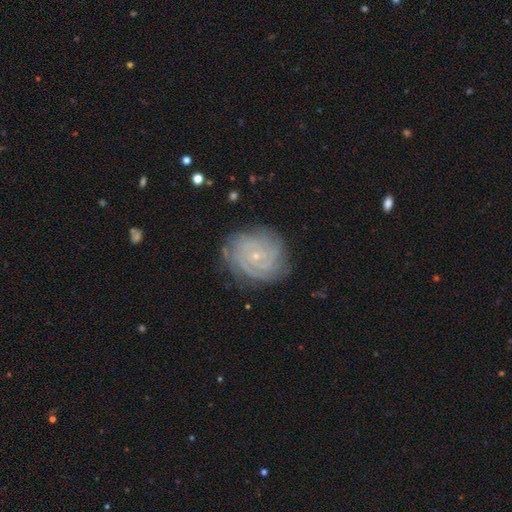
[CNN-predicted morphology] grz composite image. It shows a featured or disk galaxy (76%) with no bar (78%), tight (79%) spiral arms (94%) and a small central bulge (85%). Merging: none (81%).